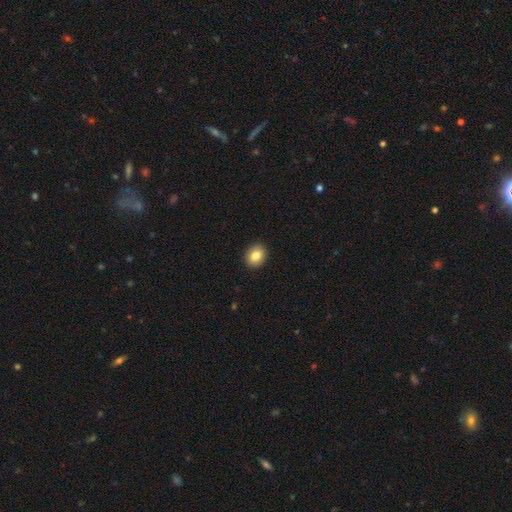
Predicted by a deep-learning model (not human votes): smooth-or-featured: smooth: 85% | star or artifact: 9% | featured or disk: 6%
  how-rounded: round: 57% | in between: 42% | cigar-shaped: 1%
  merging: none: 92% | minor disturbance: 5% | major disturbance: 2% | merger: 1%